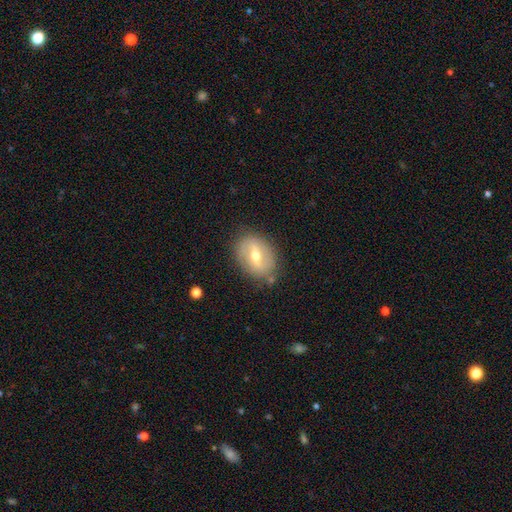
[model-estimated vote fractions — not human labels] Overall: featured or disk (53%; smooth 39%). Edge-on disk: no (91%). Merging: none (79%).